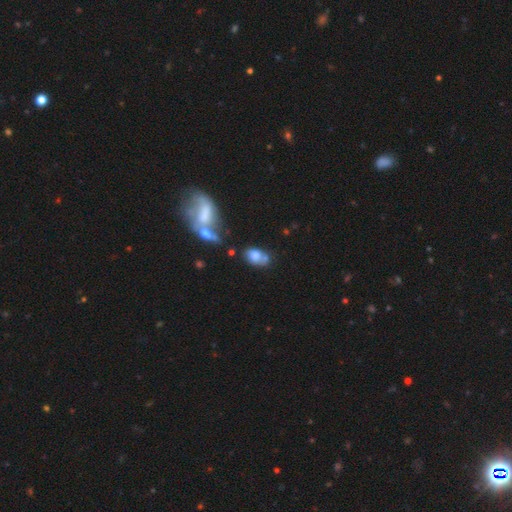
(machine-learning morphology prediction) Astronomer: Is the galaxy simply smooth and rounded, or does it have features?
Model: smooth — 71%.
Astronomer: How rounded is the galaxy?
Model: in between — 84%.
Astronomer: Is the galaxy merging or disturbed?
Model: none — 37% (runner-up: merger, 33%).